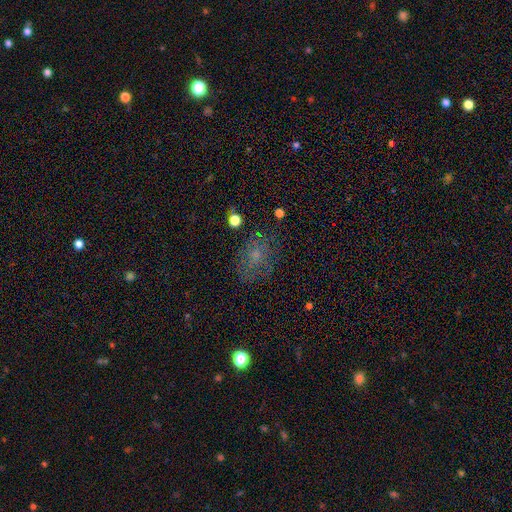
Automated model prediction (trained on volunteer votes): Smooth or featured?
  - smooth: 52% *
  - featured or disk: 30%
  - star or artifact: 17%
How rounded?
  - in between: 64% *
  - round: 35%
  - cigar-shaped: 1%
Merging?
  - none: 65% *
  - minor disturbance: 20%
  - major disturbance: 12%
  - merger: 2%